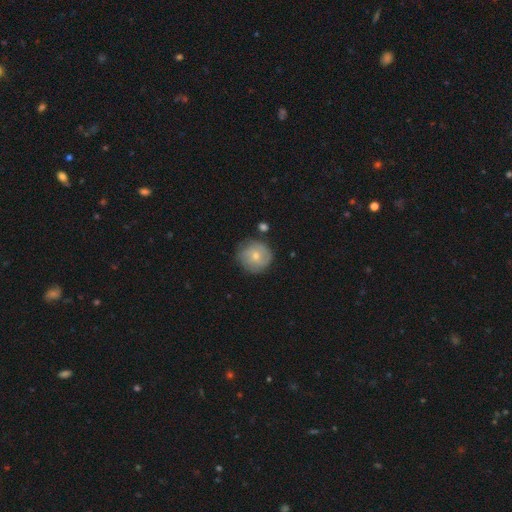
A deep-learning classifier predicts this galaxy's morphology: Overall: smooth (54%; featured or disk 38%). How rounded: round (91%). Merging: none (74%).